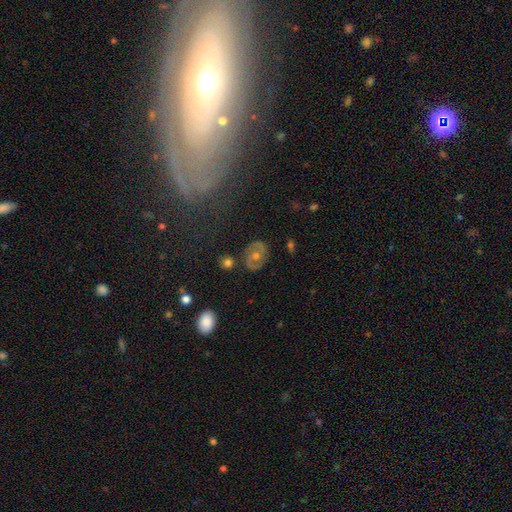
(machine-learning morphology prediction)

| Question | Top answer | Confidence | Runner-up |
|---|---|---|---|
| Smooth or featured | featured or disk | 61% | smooth (28%) |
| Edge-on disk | no | 96% | yes (4%) |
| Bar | no | 66% | weak (25%) |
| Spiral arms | yes | 64% | no (36%) |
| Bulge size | moderate | 64% | small (27%) |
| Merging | none | 80% | minor disturbance (12%) |